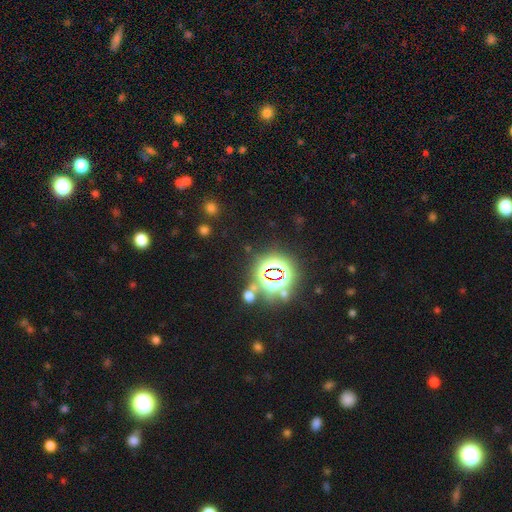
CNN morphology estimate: smooth-or-featured: star or artifact: 81% | smooth: 13% | featured or disk: 6%